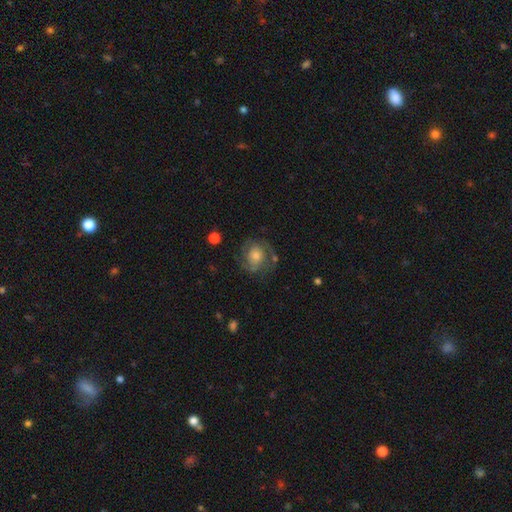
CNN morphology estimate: Overall: featured or disk (61%; smooth 29%). Edge-on disk: no (97%). Bar: no (76%). Spiral arms: yes (83%). Bulge size: moderate (52%; small 32%). Merging: none (64%).